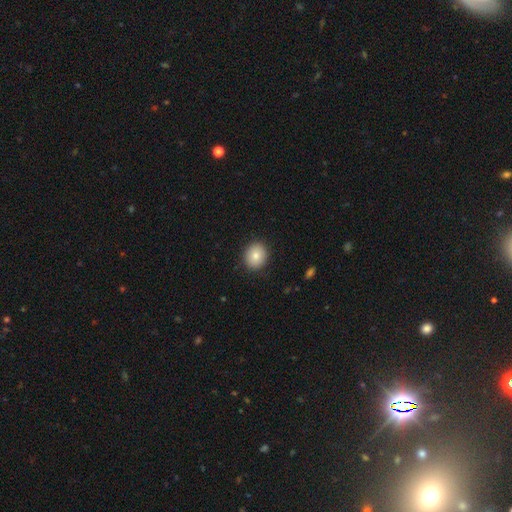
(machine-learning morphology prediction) A smooth galaxy with no disk features (82%) that is round (74%). Merging: none (89%).